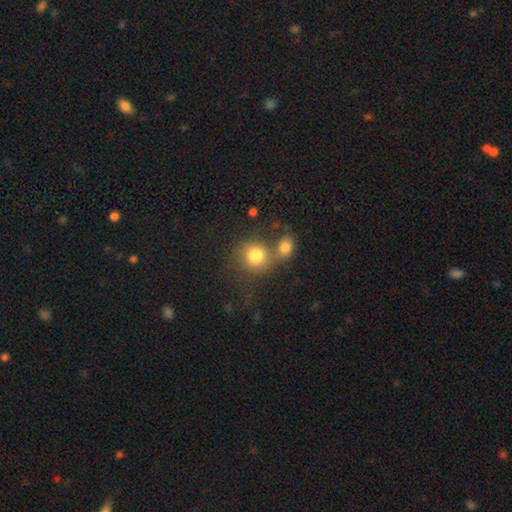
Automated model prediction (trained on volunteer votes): Q: Smooth or featured?
A: smooth (80%); runner-up: featured or disk (11%)
Q: How rounded?
A: round (80%); runner-up: in between (19%)
Q: Merging?
A: merger (46%); runner-up: none (37%)